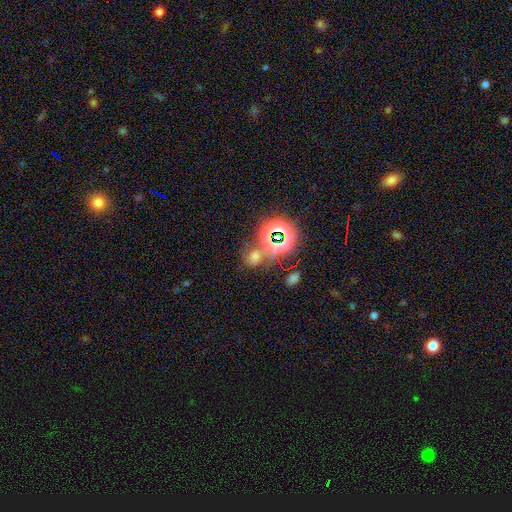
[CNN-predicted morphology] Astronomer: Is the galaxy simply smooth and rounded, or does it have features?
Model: star or artifact — 50% (runner-up: smooth, 40%).